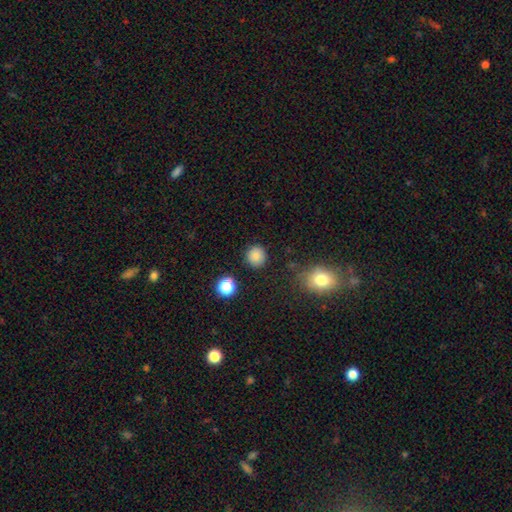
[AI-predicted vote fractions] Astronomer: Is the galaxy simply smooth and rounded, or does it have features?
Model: smooth — 83%.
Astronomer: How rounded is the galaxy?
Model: round — 92%.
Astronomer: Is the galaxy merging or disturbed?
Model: none — 88%.